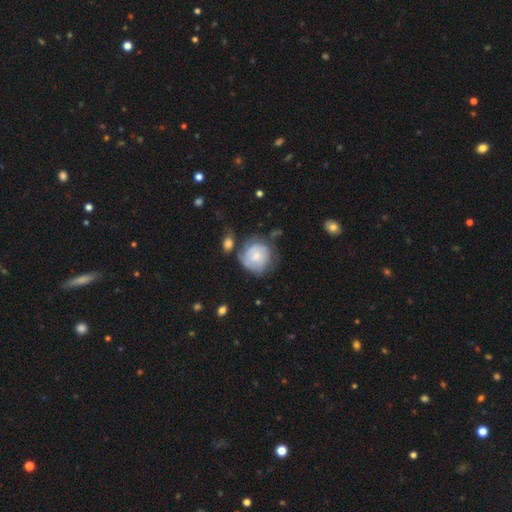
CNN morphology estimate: The model was most divided on "smooth or featured": smooth: 49%, featured or disk: 44%, star or artifact: 7%. More confident: merging — none (54%).